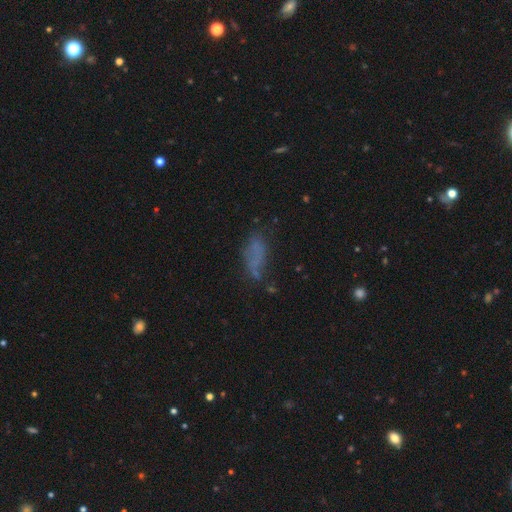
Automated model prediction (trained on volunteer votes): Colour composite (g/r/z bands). It shows a smooth galaxy with no disk features (59%) that is in between round and cigar-shaped (74%). Merging: none (49%).